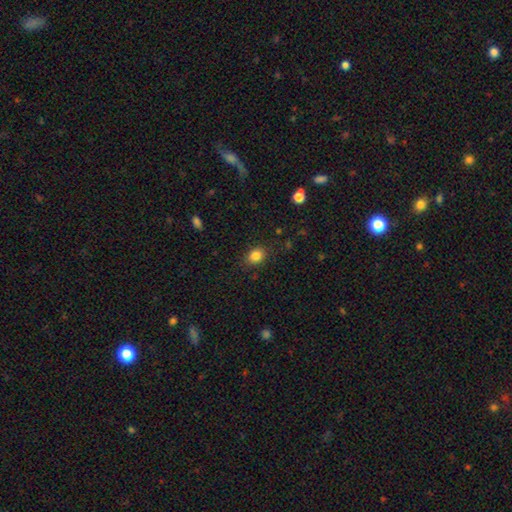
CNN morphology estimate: This is clearly a smooth galaxy (84%). How rounded: possibly in between (53%). Merging: clearly none (84%).